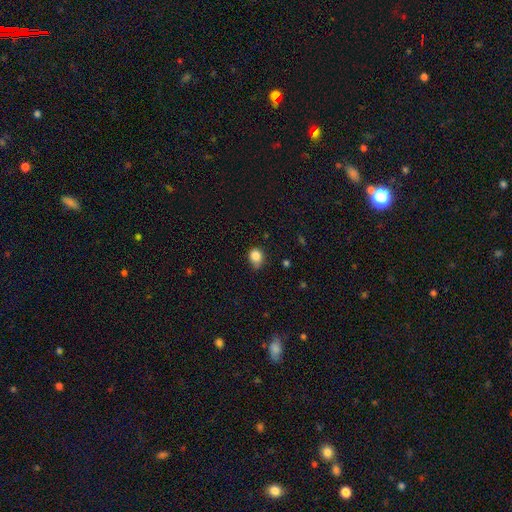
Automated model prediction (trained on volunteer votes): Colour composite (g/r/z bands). It shows a smooth galaxy with no disk features (84%) that is round (71%). Merging: none (55%).